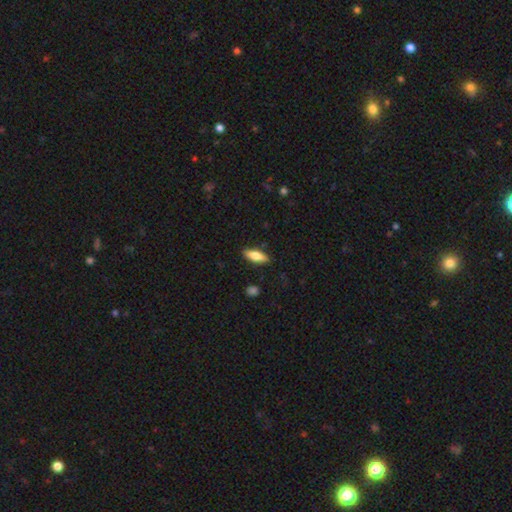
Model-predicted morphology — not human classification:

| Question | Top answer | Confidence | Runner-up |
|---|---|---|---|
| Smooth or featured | smooth | 70% | featured or disk (24%) |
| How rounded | in between | 59% | cigar-shaped (39%) |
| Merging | none | 87% | minor disturbance (10%) |